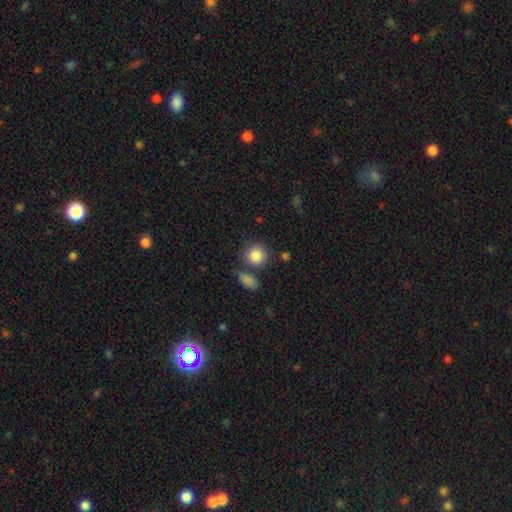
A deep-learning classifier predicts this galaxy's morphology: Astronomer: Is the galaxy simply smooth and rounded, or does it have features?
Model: smooth — 86%.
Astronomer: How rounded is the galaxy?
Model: round — 85%.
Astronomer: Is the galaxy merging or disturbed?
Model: none — 71%.